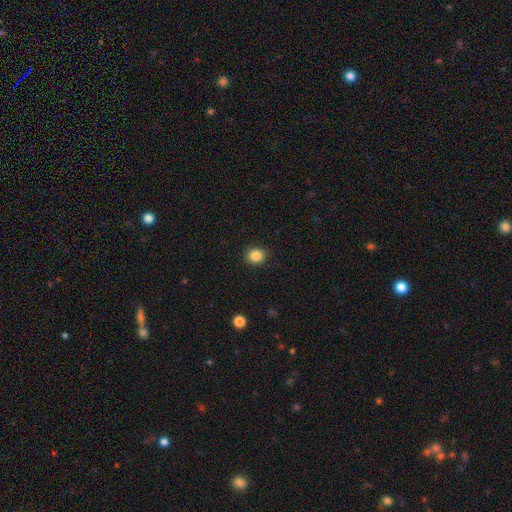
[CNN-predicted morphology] A smooth galaxy with no disk features (85%) that is round (82%).

Vote fractions:
- Smooth or featured? smooth: 85% / star or artifact: 11% / featured or disk: 4%
- How rounded? round: 82% / in between: 17% / cigar-shaped: 1%
- Merging? none: 90% / minor disturbance: 7% / major disturbance: 2% / merger: 1%